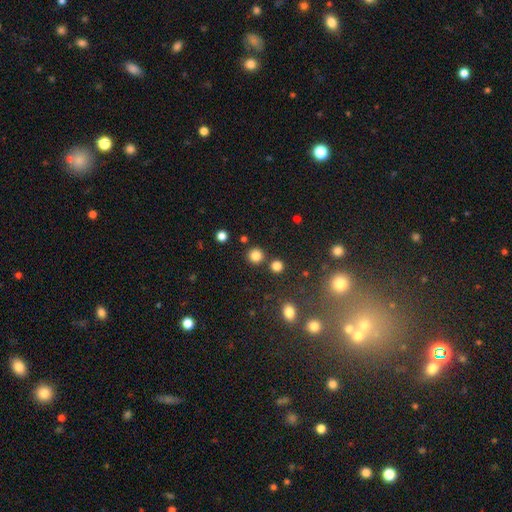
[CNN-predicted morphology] Smooth or featured: smooth — 82% (star or artifact — 14%)
How rounded: round — 92% (in between — 7%)
Merging: none — 84% (merger — 7%)